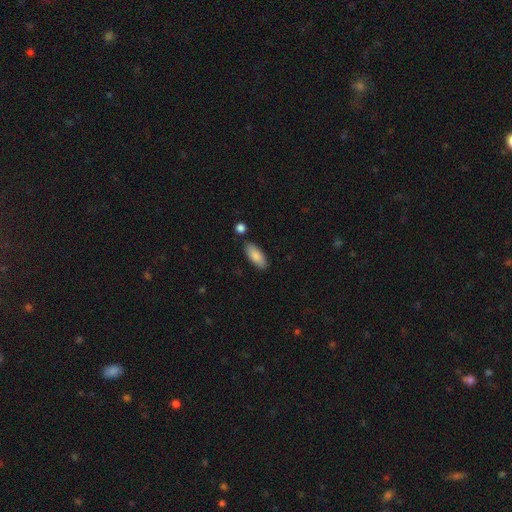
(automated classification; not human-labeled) A smooth galaxy with no disk features (86%) that is in between round and cigar-shaped (82%). Merging: none (82%).